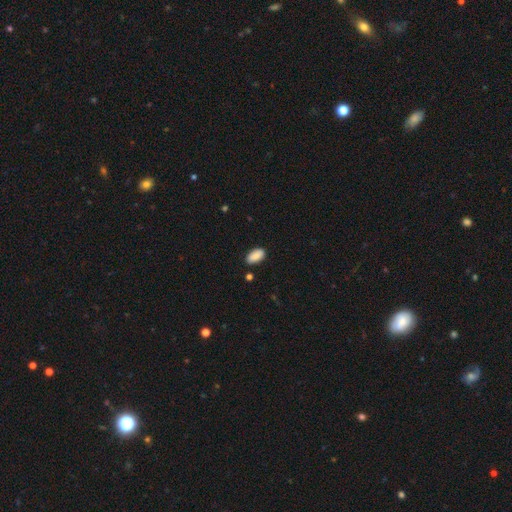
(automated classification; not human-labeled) smooth 89%, star or artifact 7%, featured or disk 4%. Down the decision tree: how rounded — in between (93%); merging — none (84%).